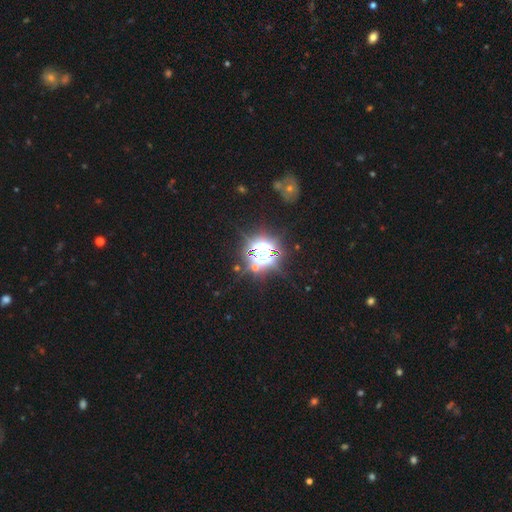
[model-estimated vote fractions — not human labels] Overall: star or artifact (83%).